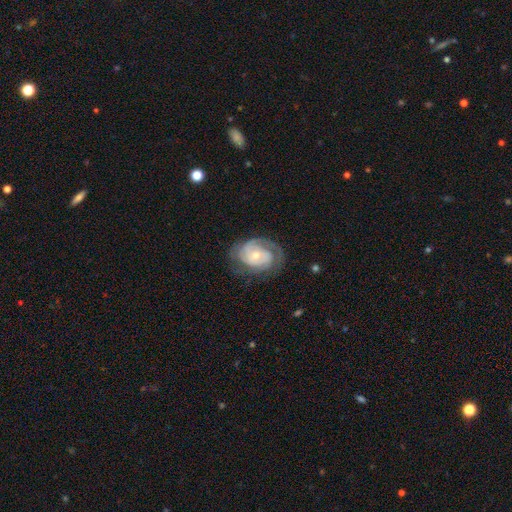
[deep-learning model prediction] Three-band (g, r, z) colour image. It shows a featured or disk galaxy (82%) with no bar (66%), 2 (41%) tight (63%) spiral arms (94%) and a small central bulge (56%). Merging: none (67%).